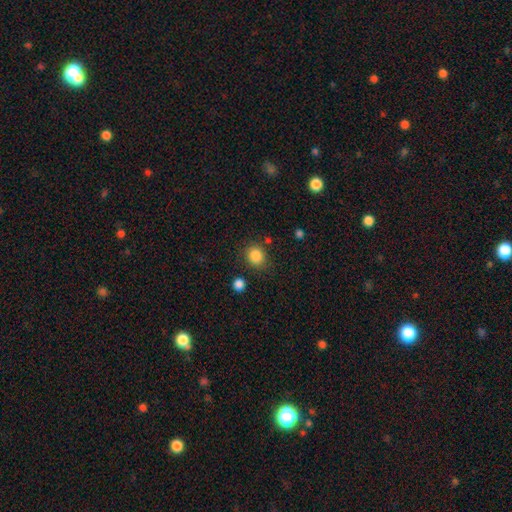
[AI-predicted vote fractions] Smooth or featured? smooth (86%)
How rounded? round (80%)
Merging? none (81%)